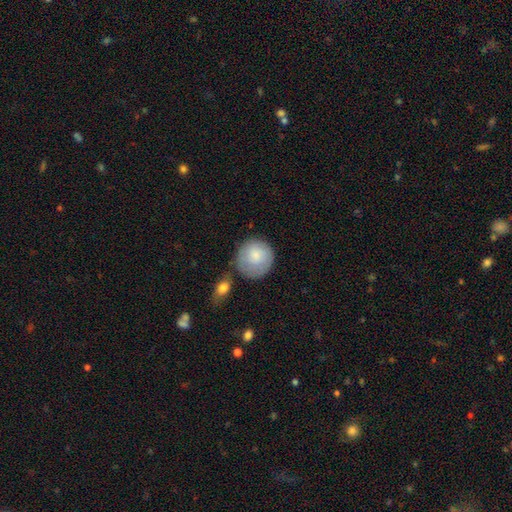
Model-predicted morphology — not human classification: This appears to be a smooth galaxy with no disk features (83%) that is round (91%). Merging: none (67%).